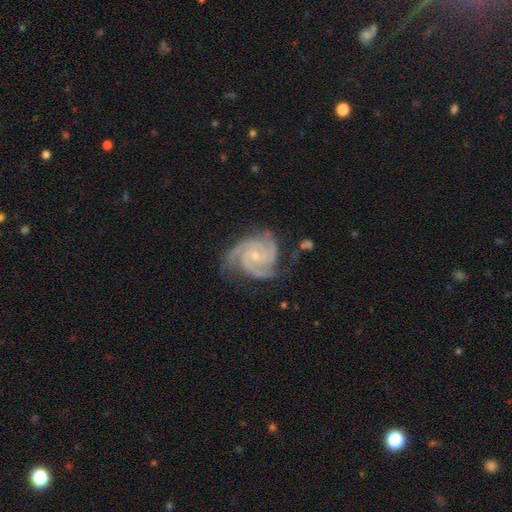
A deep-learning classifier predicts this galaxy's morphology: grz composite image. It shows a featured or disk galaxy (93%) with no bar (71%), 3 (67%) tight (67%) spiral arms (99%) and a small central bulge (72%). Merging: none (70%).